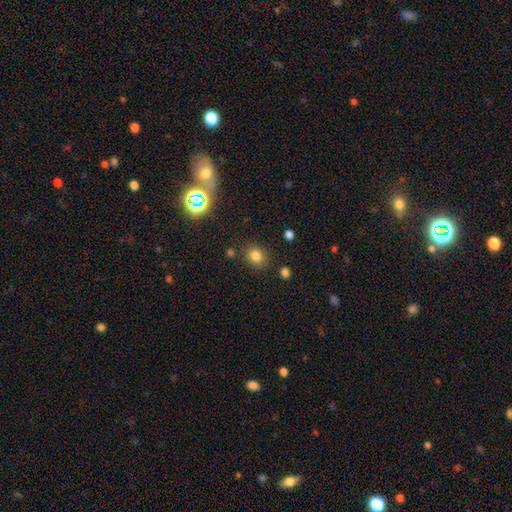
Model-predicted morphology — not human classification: smooth_or_featured: smooth (p=0.79) [alt: star or artifact p=0.14]
how_rounded: round (p=0.65) [alt: in between p=0.34]
merging: none (p=0.83) [alt: minor disturbance p=0.10]